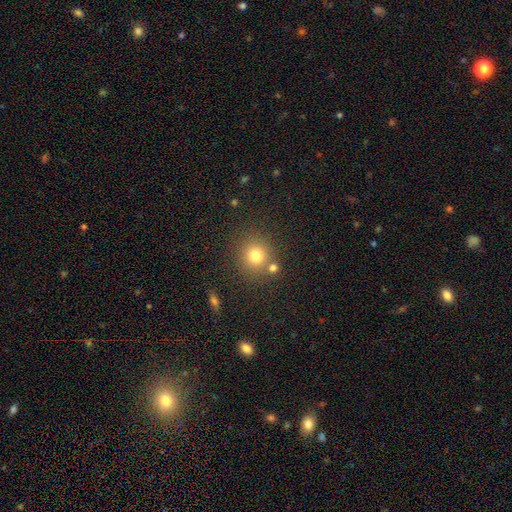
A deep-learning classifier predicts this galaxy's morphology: Smooth or featured?
  - smooth: 77% *
  - star or artifact: 15%
  - featured or disk: 9%
How rounded?
  - round: 89% *
  - in between: 10%
  - cigar-shaped: 1%
Merging?
  - none: 75% *
  - merger: 12%
  - minor disturbance: 9%
  - major disturbance: 3%